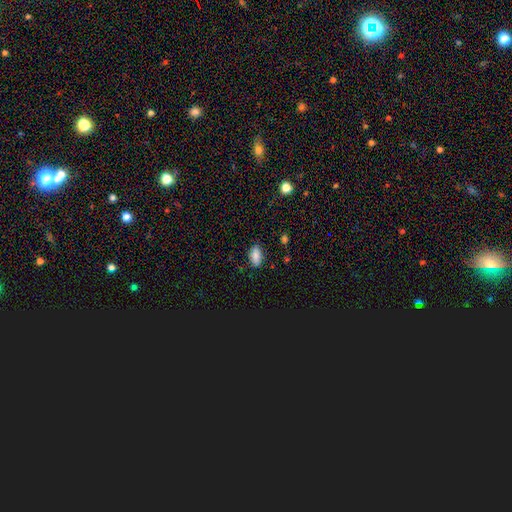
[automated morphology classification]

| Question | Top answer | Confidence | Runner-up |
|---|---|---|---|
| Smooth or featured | smooth | 84% | star or artifact (9%) |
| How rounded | in between | 86% | cigar-shaped (10%) |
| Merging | none | 81% | minor disturbance (15%) |